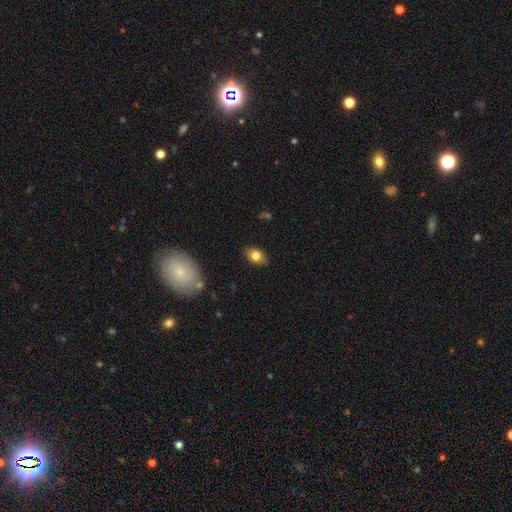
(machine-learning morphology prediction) type=smooth (79%); roundness=in between (85%); merging=none (85%).